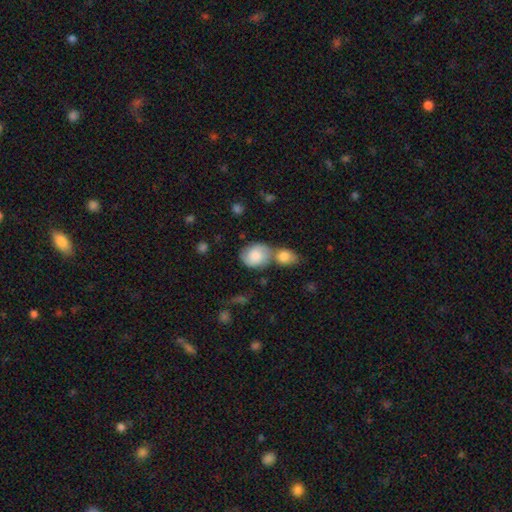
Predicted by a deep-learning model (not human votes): Morphology: type=smooth (63%); roundness=round (52%); merging=none (43%).